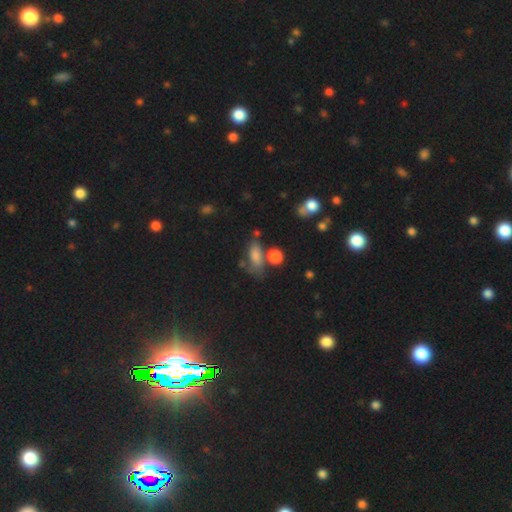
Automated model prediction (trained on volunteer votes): smooth-or-featured: smooth: 74% | star or artifact: 15% | featured or disk: 12%
  how-rounded: in between: 73% | cigar-shaped: 17% | round: 10%
  merging: none: 53% | minor disturbance: 21% | merger: 15% | major disturbance: 11%